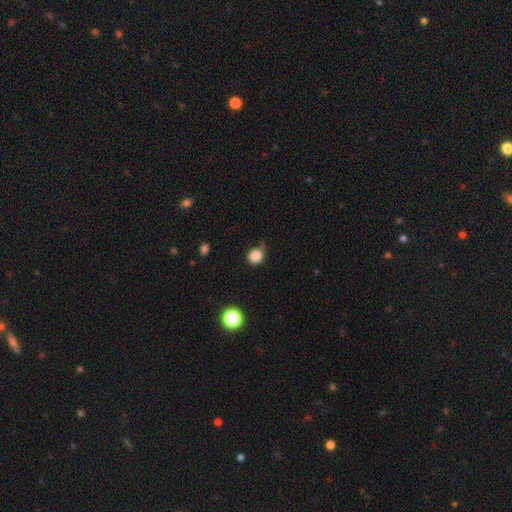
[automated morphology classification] Smooth or featured? Predicted: smooth (p=0.85). How rounded? Predicted: round (p=0.86). Merging? Predicted: none (p=0.60).